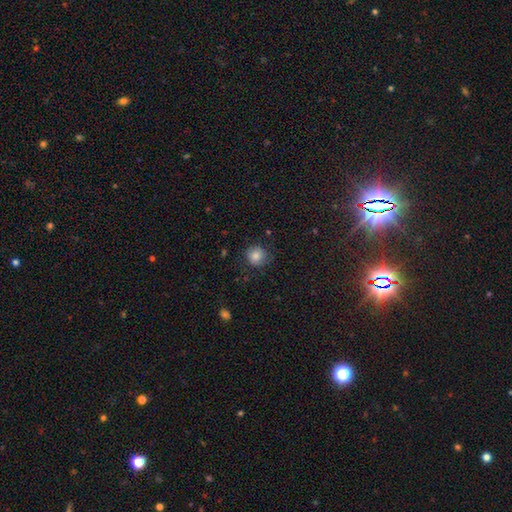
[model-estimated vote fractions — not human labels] smooth 81%, star or artifact 11%, featured or disk 8%. Down the decision tree: how rounded — round (88%); merging — none (79%).